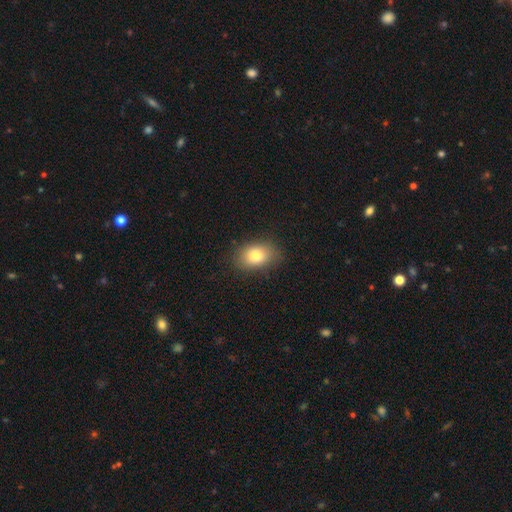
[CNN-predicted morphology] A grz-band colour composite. It shows a smooth galaxy with no disk features (80%) that is in between round and cigar-shaped (79%). Merging: none (85%).